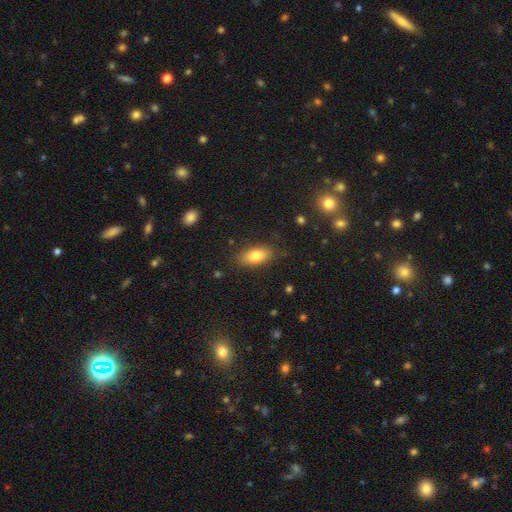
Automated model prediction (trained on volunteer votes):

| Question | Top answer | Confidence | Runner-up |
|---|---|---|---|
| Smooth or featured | smooth | 80% | featured or disk (12%) |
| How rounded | in between | 88% | cigar-shaped (9%) |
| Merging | none | 83% | minor disturbance (12%) |